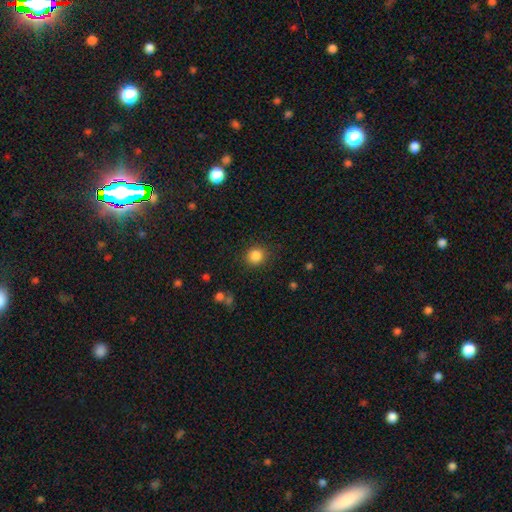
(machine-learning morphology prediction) Overall: smooth (85%). How rounded: round (86%). Merging: none (87%).